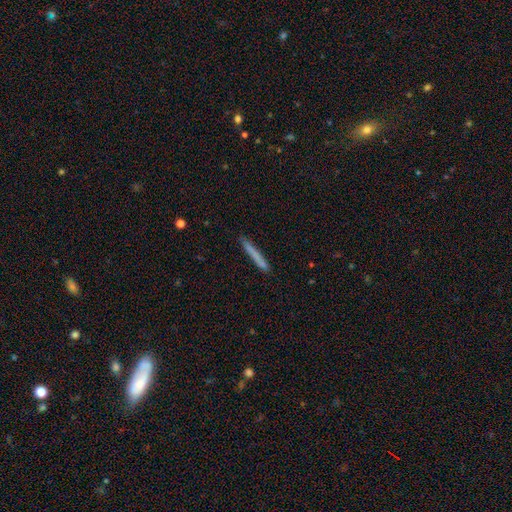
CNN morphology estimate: Smooth or featured? Predicted: smooth (p=0.72). How rounded? Predicted: cigar-shaped (p=0.97). Merging? Predicted: none (p=0.89).